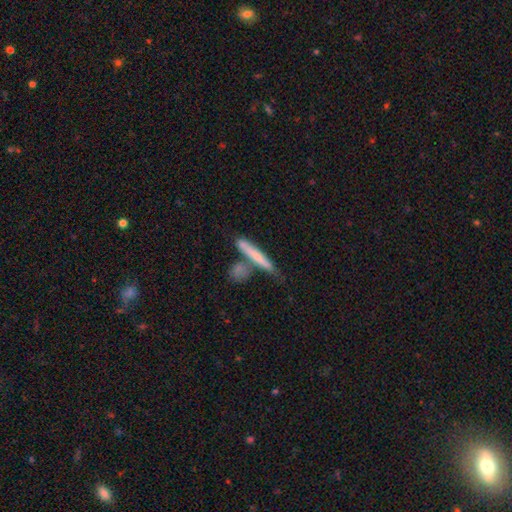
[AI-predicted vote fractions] Smooth or featured: smooth — 64% (featured or disk — 30%)
How rounded: cigar-shaped — 91% (in between — 7%)
Merging: none — 60% (merger — 20%)